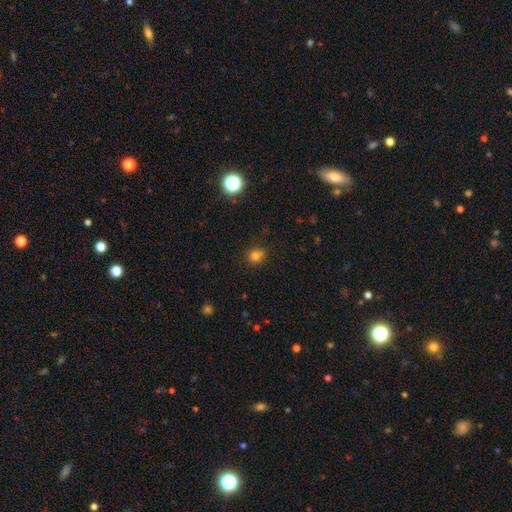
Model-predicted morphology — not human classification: The model was most divided on "how rounded": round: 78%, in between: 21%, cigar-shaped: 1%. More confident: merging — none (80%); smooth or featured — smooth (76%).